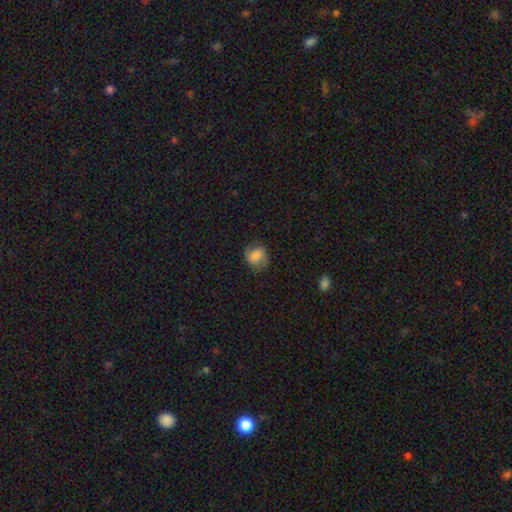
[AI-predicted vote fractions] smooth-or-featured: smooth: 60% | featured or disk: 31% | star or artifact: 9%
  how-rounded: round: 68% | in between: 31% | cigar-shaped: 1%
  merging: none: 72% | minor disturbance: 19% | major disturbance: 7% | merger: 1%